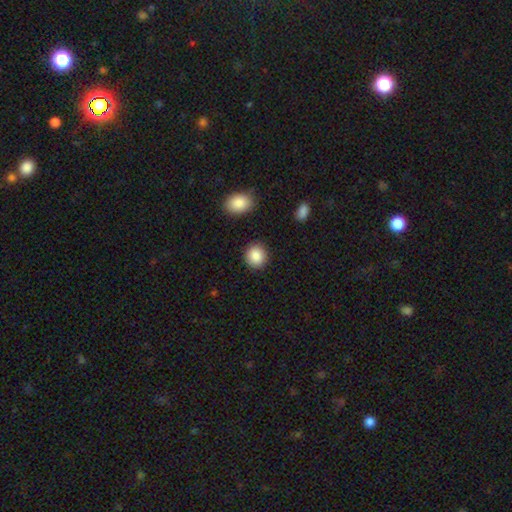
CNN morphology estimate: Overall: smooth (88%). How rounded: round (83%). Merging: none (89%).